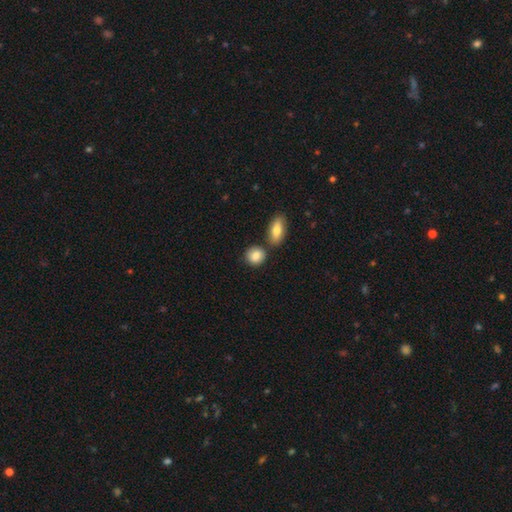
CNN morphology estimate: Smooth or featured?
  - smooth: 84% *
  - featured or disk: 8%
  - star or artifact: 7%
How rounded?
  - round: 71% *
  - in between: 27%
  - cigar-shaped: 2%
Merging?
  - none: 73% *
  - merger: 13%
  - minor disturbance: 11%
  - major disturbance: 3%